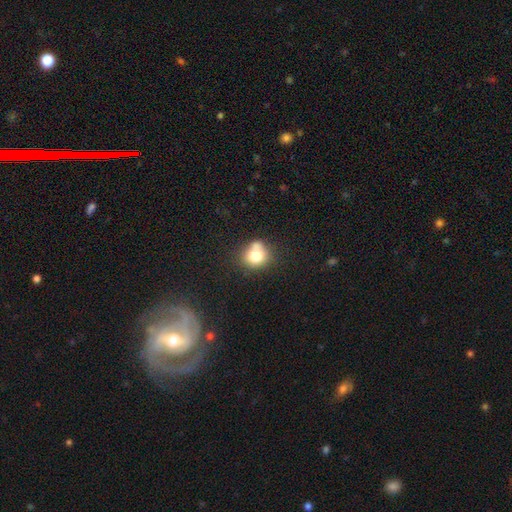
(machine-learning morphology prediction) A smooth galaxy with no disk features (75%) that is round (79%).

Vote fractions:
- Smooth or featured? smooth: 75% / featured or disk: 13% / star or artifact: 11%
- How rounded? round: 79% / in between: 20% / cigar-shaped: 1%
- Merging? none: 56% / merger: 21% / minor disturbance: 17% / major disturbance: 6%